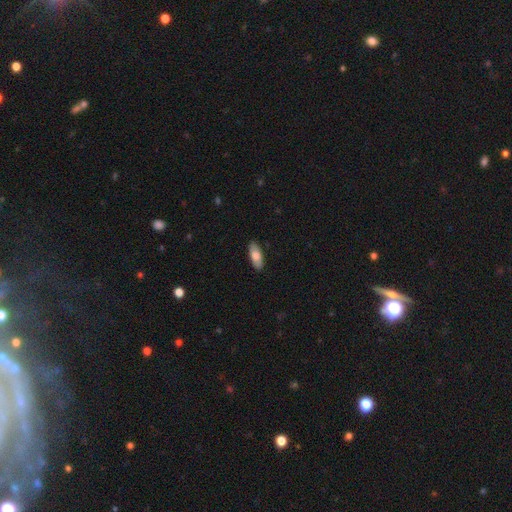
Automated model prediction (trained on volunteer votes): Morphology: type=smooth (77%); roundness=in between (79%); merging=none (89%).